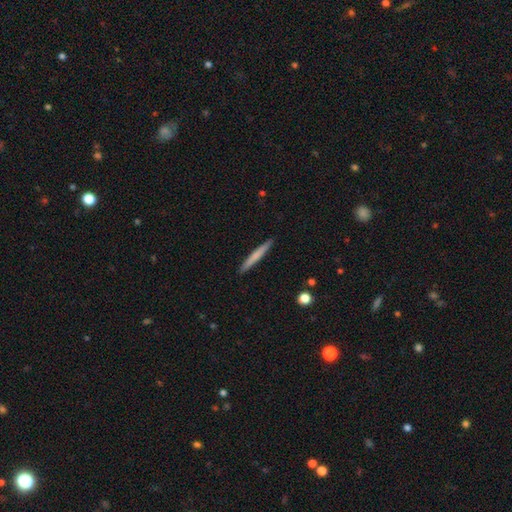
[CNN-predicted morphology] Overall: smooth (67%; featured or disk 28%). How rounded: cigar-shaped (96%). Merging: none (92%).